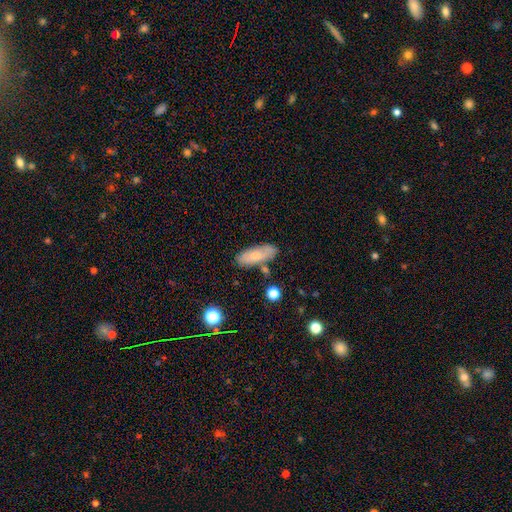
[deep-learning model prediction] smooth_or_featured: smooth (p=0.73) [alt: featured or disk p=0.20]
how_rounded: in between (p=0.71) [alt: cigar-shaped p=0.26]
merging: none (p=0.74) [alt: minor disturbance p=0.16]